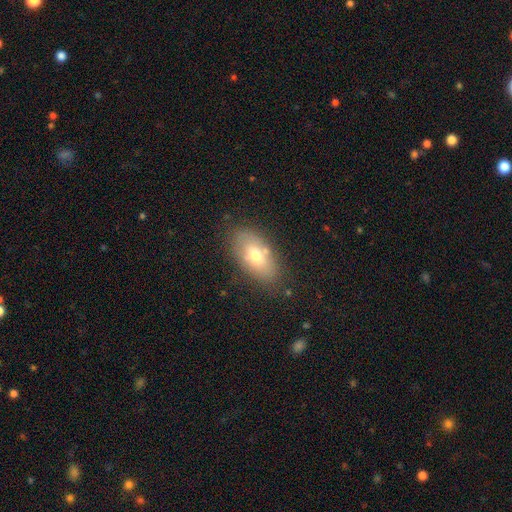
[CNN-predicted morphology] The model was most divided on "smooth or featured": smooth: 64%, featured or disk: 27%, star or artifact: 9%. More confident: how rounded — in between (91%); merging — none (76%).